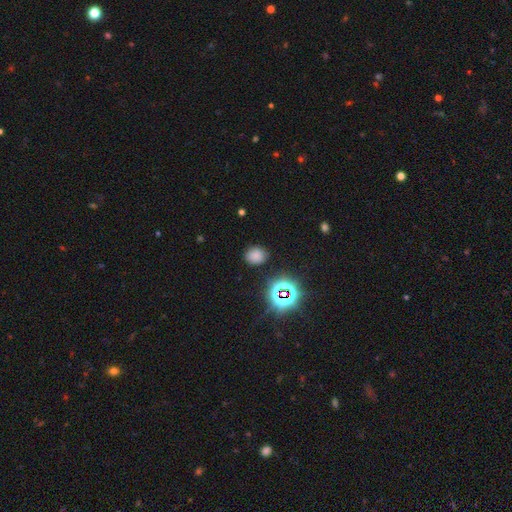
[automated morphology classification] Smooth or featured: smooth — 70% (star or artifact — 24%)
How rounded: round — 57% (in between — 42%)
Merging: none — 83% (minor disturbance — 11%)